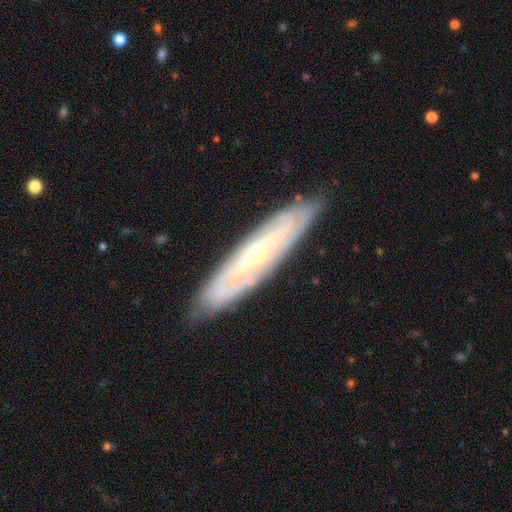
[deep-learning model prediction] Smooth or featured? Predicted: featured or disk (p=0.74). Edge-on disk? Predicted: no (p=0.65). Merging? Predicted: none (p=0.84).